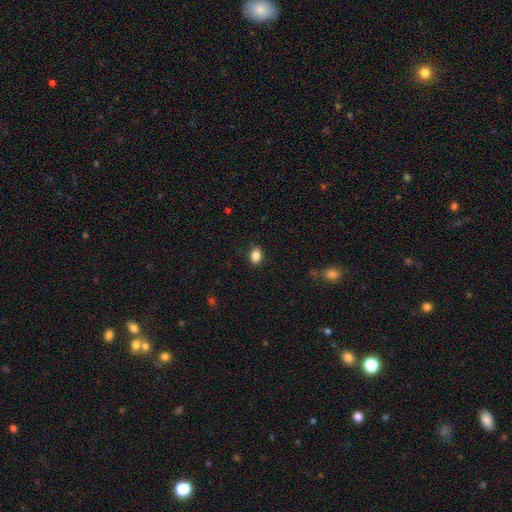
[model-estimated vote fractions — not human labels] Smooth or featured? smooth (86%)
How rounded? in between (78%)
Merging? none (86%)